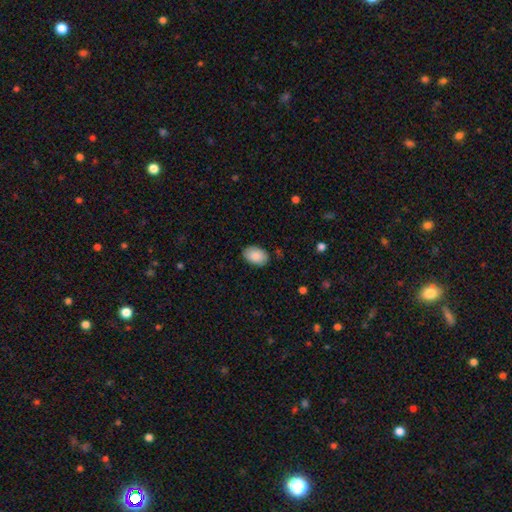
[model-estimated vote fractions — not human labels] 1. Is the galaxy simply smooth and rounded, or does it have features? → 89% smooth, 6% star or artifact, 5% featured or disk.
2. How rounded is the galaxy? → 89% in between, 10% round, 1% cigar-shaped.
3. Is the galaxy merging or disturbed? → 86% none, 11% minor disturbance, 2% major disturbance, 1% merger.